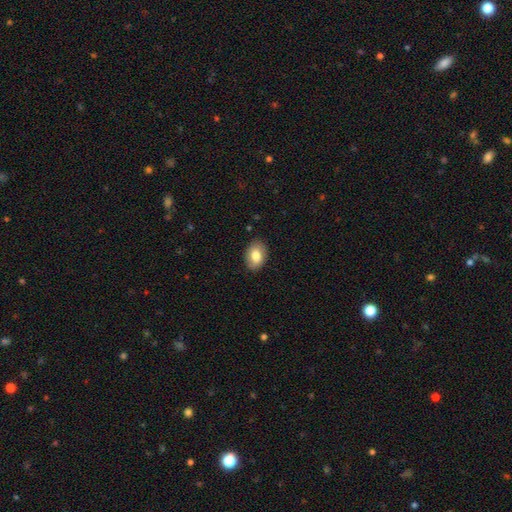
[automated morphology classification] Q: Smooth or featured?
A: smooth (79%); runner-up: featured or disk (14%)
Q: How rounded?
A: in between (84%); runner-up: round (15%)
Q: Merging?
A: none (85%); runner-up: minor disturbance (12%)